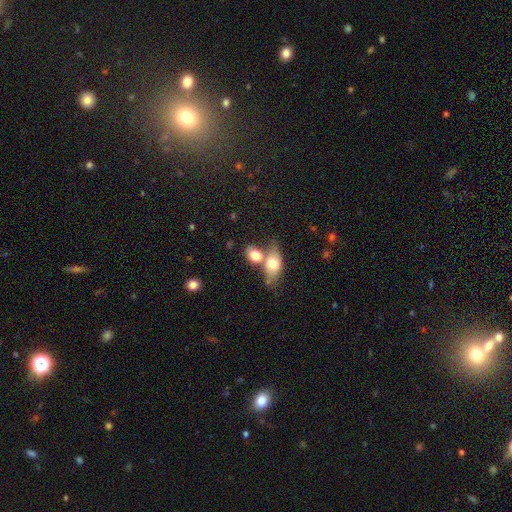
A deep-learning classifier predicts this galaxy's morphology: type=smooth (77%); roundness=in between (68%); merging=merger (57%).